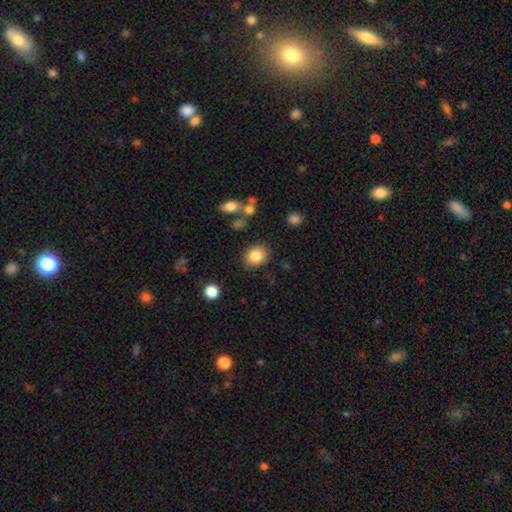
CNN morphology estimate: Smooth or featured? Predicted: smooth (p=0.84). How rounded? Predicted: round (p=0.54). Merging? Predicted: none (p=0.83).